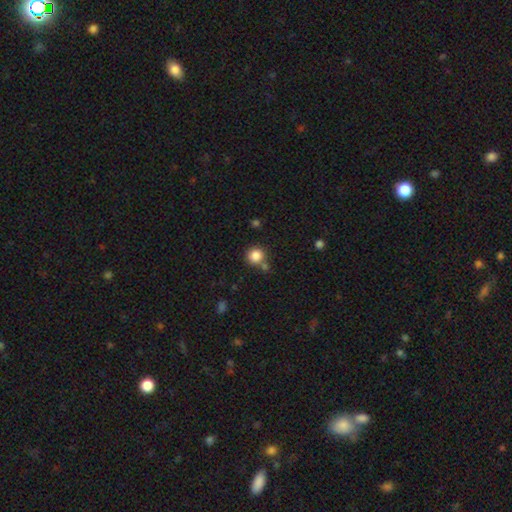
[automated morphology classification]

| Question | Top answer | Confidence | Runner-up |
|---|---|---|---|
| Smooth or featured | smooth | 85% | star or artifact (11%) |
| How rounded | round | 92% | in between (8%) |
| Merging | none | 69% | merger (17%) |